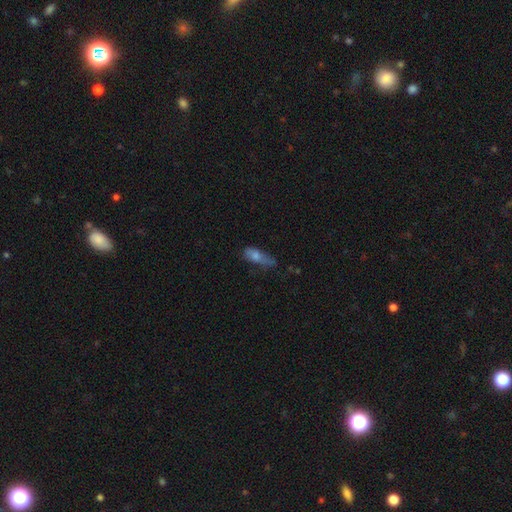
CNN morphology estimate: smooth-or-featured: smooth: 59% | featured or disk: 29% | star or artifact: 12%
  how-rounded: in between: 56% | cigar-shaped: 40% | round: 4%
  merging: none: 40% | minor disturbance: 36% | major disturbance: 21% | merger: 4%